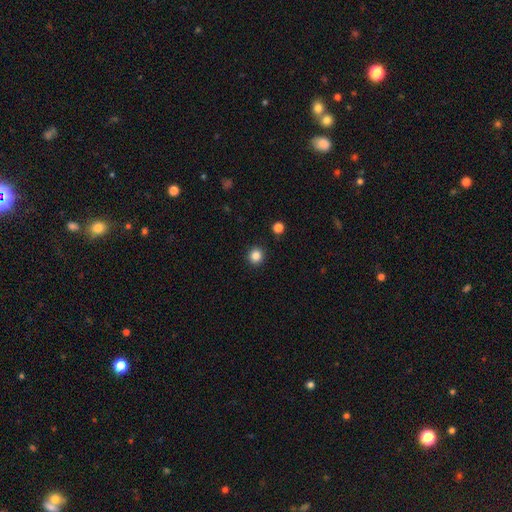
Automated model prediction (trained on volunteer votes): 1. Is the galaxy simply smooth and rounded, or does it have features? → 85% smooth, 11% star or artifact, 4% featured or disk.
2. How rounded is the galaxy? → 93% round, 6% in between, 1% cigar-shaped.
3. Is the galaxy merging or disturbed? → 92% none, 5% minor disturbance, 2% major disturbance, 1% merger.